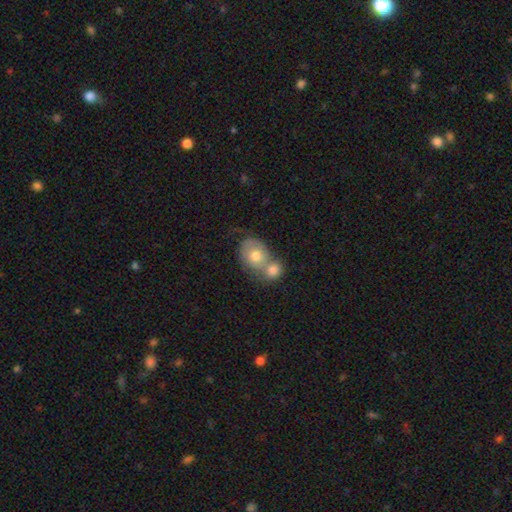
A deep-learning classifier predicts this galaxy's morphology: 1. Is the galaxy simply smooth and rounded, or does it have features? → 67% smooth, 25% featured or disk, 8% star or artifact.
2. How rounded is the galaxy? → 57% round, 42% in between, 1% cigar-shaped.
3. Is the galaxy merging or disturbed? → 62% merger, 25% none, 9% minor disturbance, 4% major disturbance.